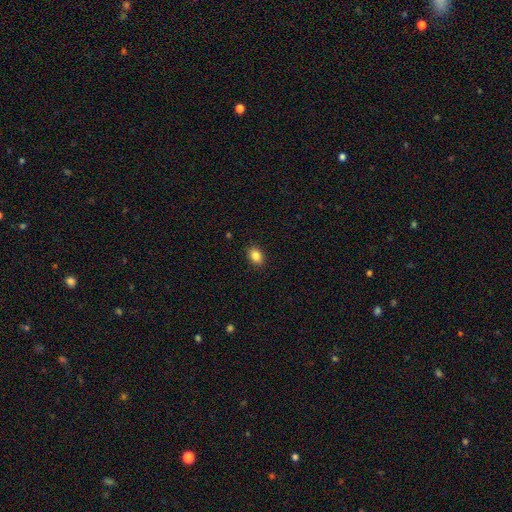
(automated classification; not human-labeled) Morphology: type=smooth (85%); roundness=in between (70%); merging=none (89%).